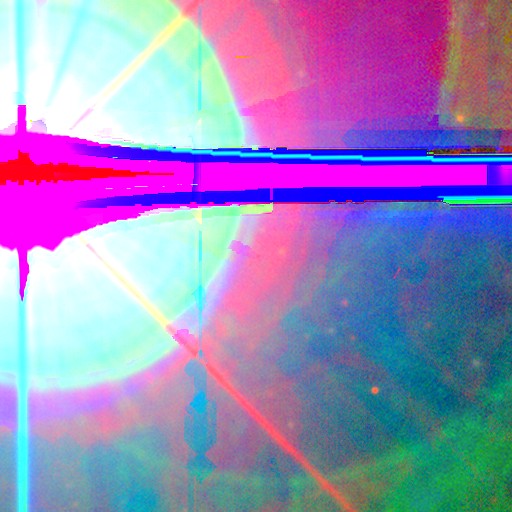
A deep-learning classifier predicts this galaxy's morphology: star or artifact 88%, featured or disk 7%, smooth 5%.